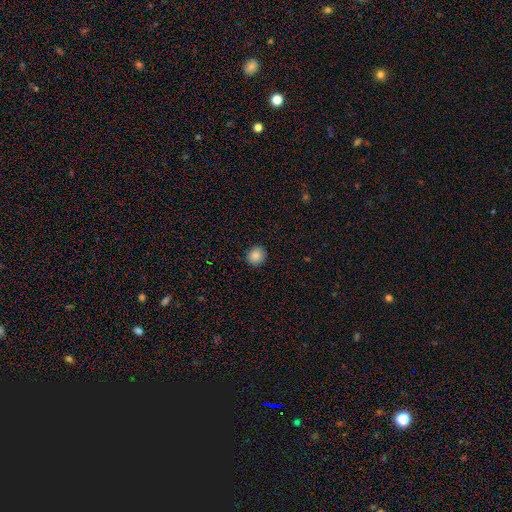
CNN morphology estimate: smooth-or-featured: smooth: 87% | star or artifact: 9% | featured or disk: 4%
  how-rounded: round: 88% | in between: 11% | cigar-shaped: 1%
  merging: none: 91% | minor disturbance: 6% | major disturbance: 2% | merger: 1%